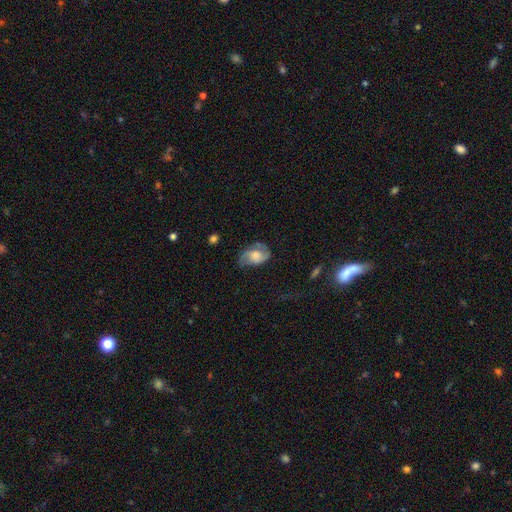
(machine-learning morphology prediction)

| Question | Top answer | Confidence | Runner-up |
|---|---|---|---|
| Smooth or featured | featured or disk | 56% | smooth (36%) |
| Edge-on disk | no | 96% | yes (4%) |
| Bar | no | 67% | weak (28%) |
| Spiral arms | yes | 85% | no (15%) |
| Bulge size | moderate | 44% | small (22%) |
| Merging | none | 51% | minor disturbance (29%) |